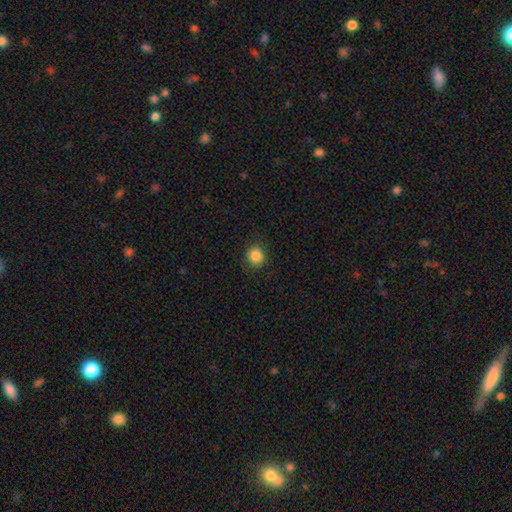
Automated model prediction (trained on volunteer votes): Q: Smooth or featured?
A: smooth (86%); runner-up: star or artifact (10%)
Q: How rounded?
A: round (87%); runner-up: in between (12%)
Q: Merging?
A: none (86%); runner-up: minor disturbance (10%)